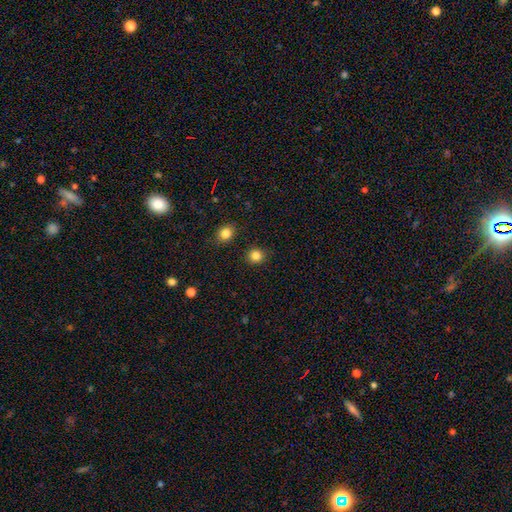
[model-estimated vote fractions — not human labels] This appears to be a smooth galaxy with no disk features (84%) that is round (90%). Merging: none (90%).